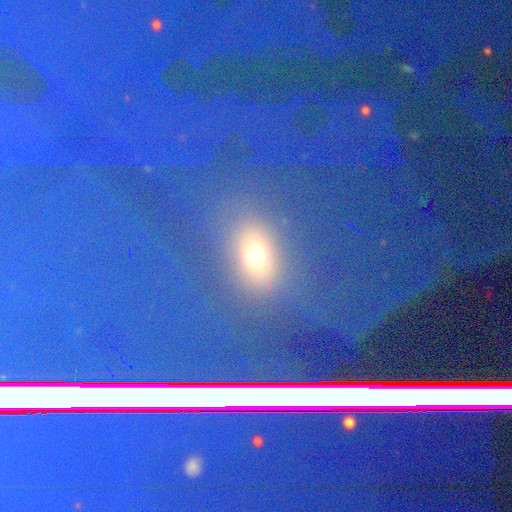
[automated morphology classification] Smooth or featured? Predicted: smooth (p=0.52). How rounded? Predicted: in between (p=0.65). Merging? Predicted: none (p=0.77).